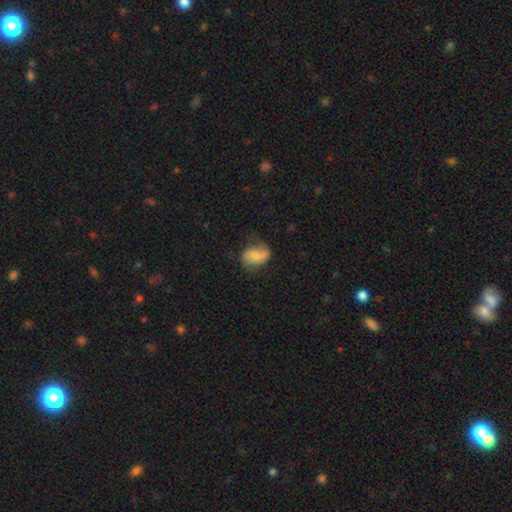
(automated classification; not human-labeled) Smooth or featured?
  - smooth: 52% *
  - featured or disk: 41%
  - star or artifact: 7%
How rounded?
  - in between: 77% *
  - round: 22%
  - cigar-shaped: 2%
Merging?
  - none: 56% *
  - minor disturbance: 29%
  - major disturbance: 14%
  - merger: 2%